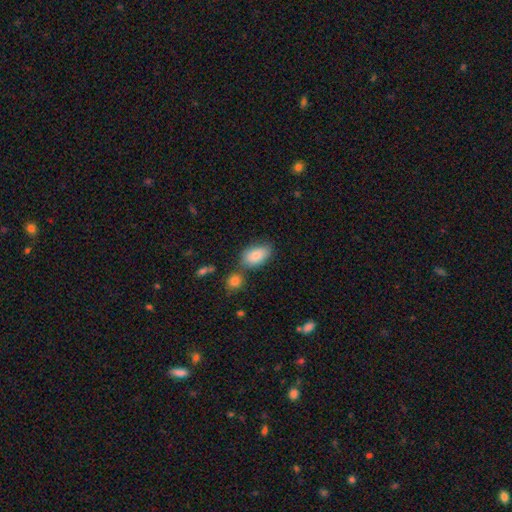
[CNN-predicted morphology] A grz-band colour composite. It shows a smooth galaxy with no disk features (85%) that is in between round and cigar-shaped (92%). Merging: none (62%).